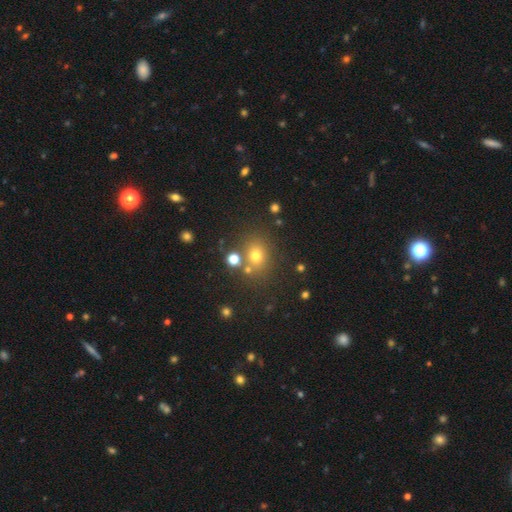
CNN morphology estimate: smooth 70%, star or artifact 20%, featured or disk 10%. Down the decision tree: how rounded — round (65%); merging — none (74%).